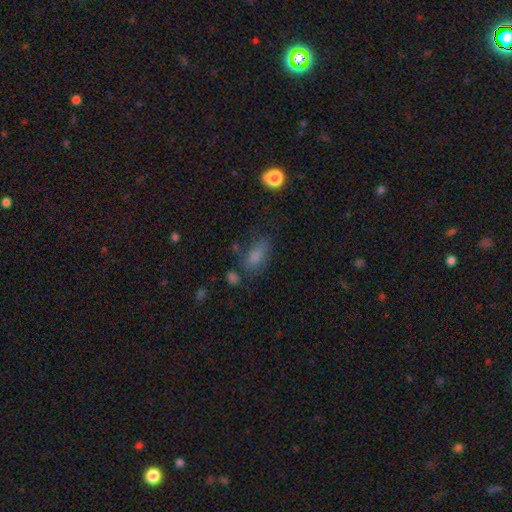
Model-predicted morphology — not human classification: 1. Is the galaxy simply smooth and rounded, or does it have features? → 76% smooth, 14% star or artifact, 10% featured or disk.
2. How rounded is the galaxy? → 83% in between, 9% cigar-shaped, 8% round.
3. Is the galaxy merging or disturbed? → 60% none, 23% minor disturbance, 11% major disturbance, 6% merger.